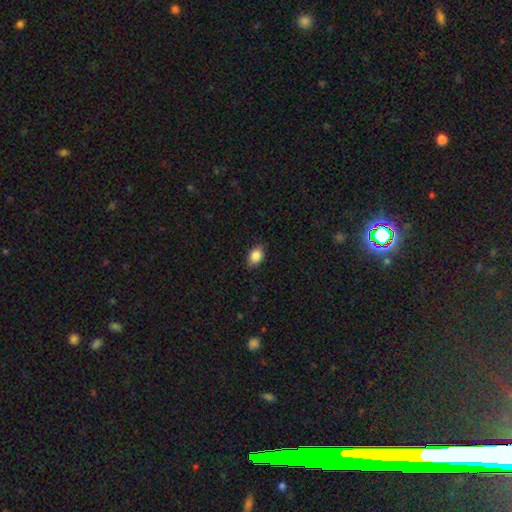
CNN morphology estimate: Overall: smooth (87%). How rounded: in between (83%). Merging: none (87%).